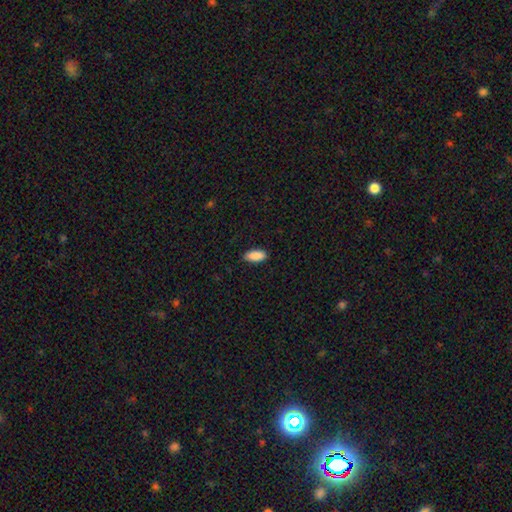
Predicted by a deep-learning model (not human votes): Smooth or featured? Predicted: smooth (p=0.90). How rounded? Predicted: in between (p=0.87). Merging? Predicted: none (p=0.87).